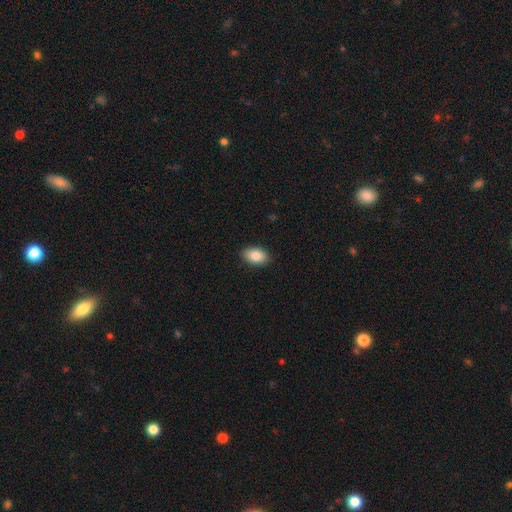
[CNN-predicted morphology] Smooth or featured?
  - smooth: 86% *
  - featured or disk: 7%
  - star or artifact: 7%
How rounded?
  - in between: 90% *
  - round: 9%
  - cigar-shaped: 1%
Merging?
  - none: 89% *
  - minor disturbance: 8%
  - major disturbance: 2%
  - merger: 1%